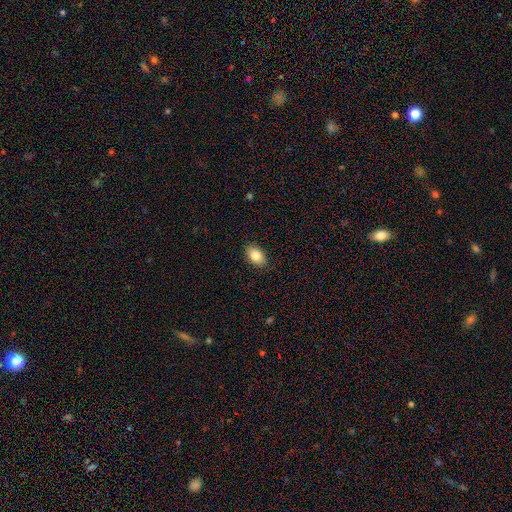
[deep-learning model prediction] This appears to be a smooth galaxy with no disk features (83%) that is in between round and cigar-shaped (88%). Merging: none (88%).